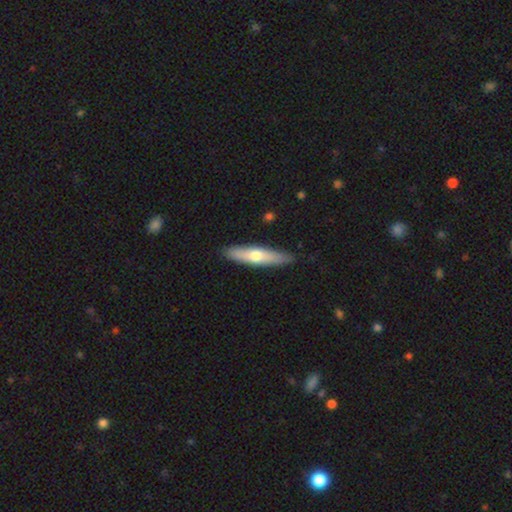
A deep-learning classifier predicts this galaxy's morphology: This is possibly a smooth galaxy (53%). How rounded: likely cigar-shaped (77%). Merging: clearly none (88%).